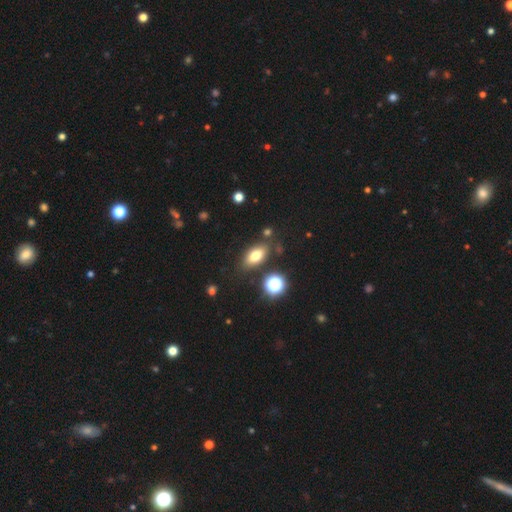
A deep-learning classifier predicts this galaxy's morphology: Smooth or featured?
  - smooth: 74% *
  - featured or disk: 14%
  - star or artifact: 12%
How rounded?
  - in between: 82% *
  - round: 9%
  - cigar-shaped: 9%
Merging?
  - none: 79% *
  - minor disturbance: 12%
  - merger: 5%
  - major disturbance: 4%